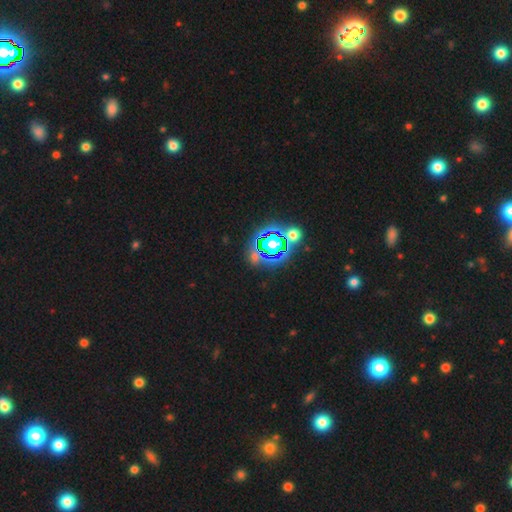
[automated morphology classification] Smooth or featured?
  - star or artifact: 64% *
  - smooth: 20%
  - featured or disk: 16%